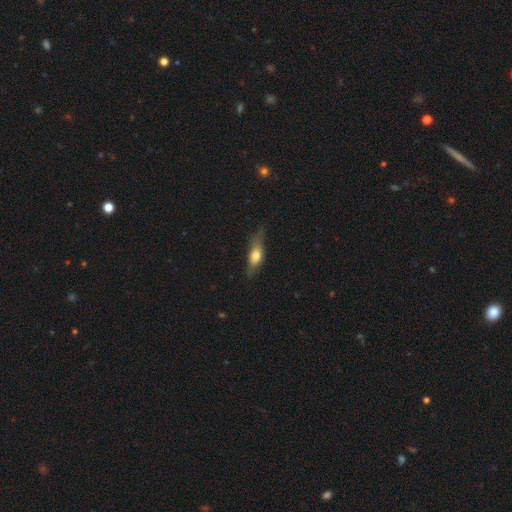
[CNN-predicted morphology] smooth_or_featured: smooth (p=0.58) [alt: featured or disk p=0.35]
how_rounded: in between (p=0.53) [alt: cigar-shaped p=0.43]
merging: none (p=0.61) [alt: minor disturbance p=0.28]